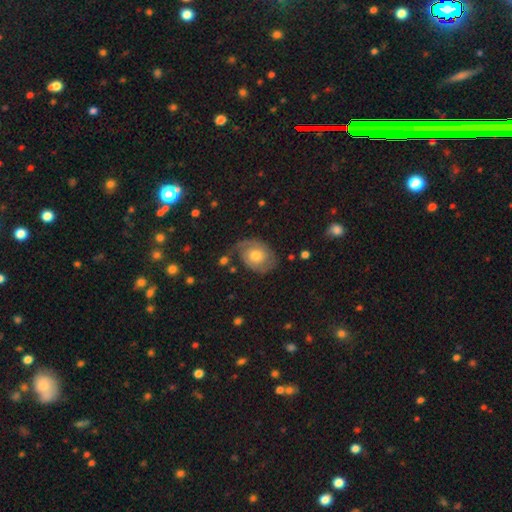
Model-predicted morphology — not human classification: The model was most divided on "spiral winding": tight: 45%, medium: 37%, loose: 18%. More confident: edge-on disk — no (97%); spiral arms — yes (85%); bar — no (76%); bulge size — moderate (72%); smooth or featured — featured or disk (64%); spiral arm count — 2 (63%); merging — none (62%).